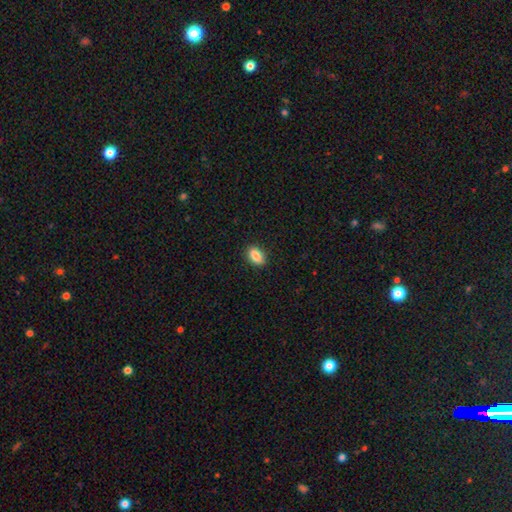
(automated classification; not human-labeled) Smooth or featured?
  - smooth: 86% *
  - star or artifact: 8%
  - featured or disk: 6%
How rounded?
  - in between: 86% *
  - round: 11%
  - cigar-shaped: 3%
Merging?
  - none: 89% *
  - minor disturbance: 8%
  - major disturbance: 2%
  - merger: 1%